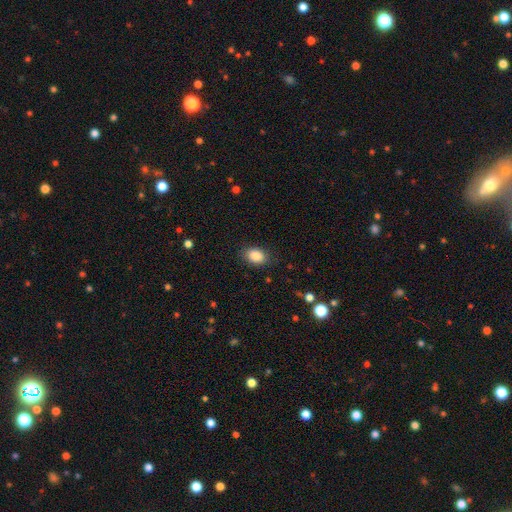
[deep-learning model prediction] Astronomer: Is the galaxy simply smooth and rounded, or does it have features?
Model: smooth — 88%.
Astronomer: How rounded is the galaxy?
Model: in between — 81%.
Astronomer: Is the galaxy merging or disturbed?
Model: none — 84%.